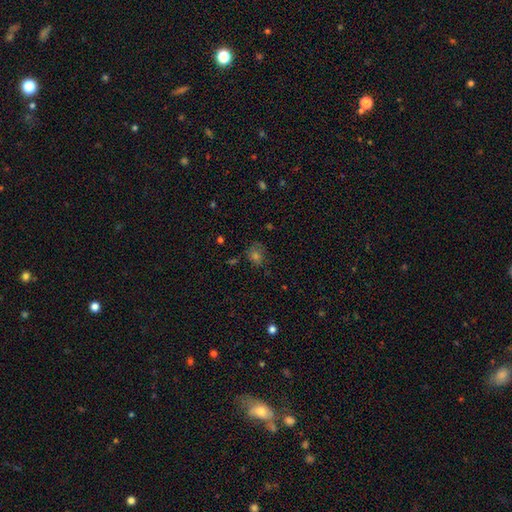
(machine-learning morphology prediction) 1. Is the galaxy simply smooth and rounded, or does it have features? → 52% smooth, 31% star or artifact, 17% featured or disk.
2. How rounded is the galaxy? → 63% round, 35% in between, 1% cigar-shaped.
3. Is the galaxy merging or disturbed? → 66% none, 20% minor disturbance, 10% major disturbance, 3% merger.